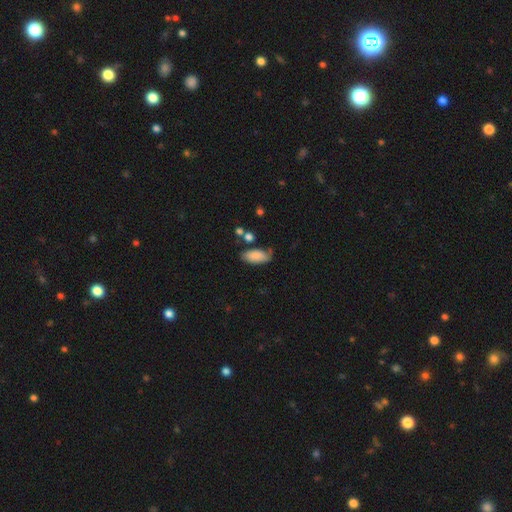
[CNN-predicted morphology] Q: Smooth or featured?
A: smooth (82%); runner-up: featured or disk (11%)
Q: How rounded?
A: in between (89%); runner-up: cigar-shaped (8%)
Q: Merging?
A: none (67%); runner-up: minor disturbance (22%)